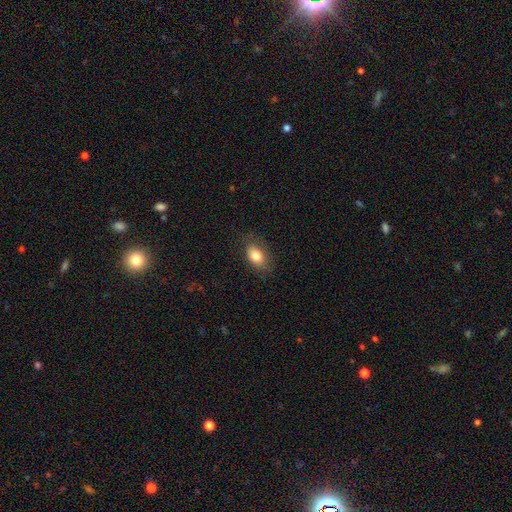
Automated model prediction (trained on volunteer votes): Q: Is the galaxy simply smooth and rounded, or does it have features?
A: smooth — 81%.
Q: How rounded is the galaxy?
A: in between — 86%.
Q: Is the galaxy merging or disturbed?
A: none — 79%.